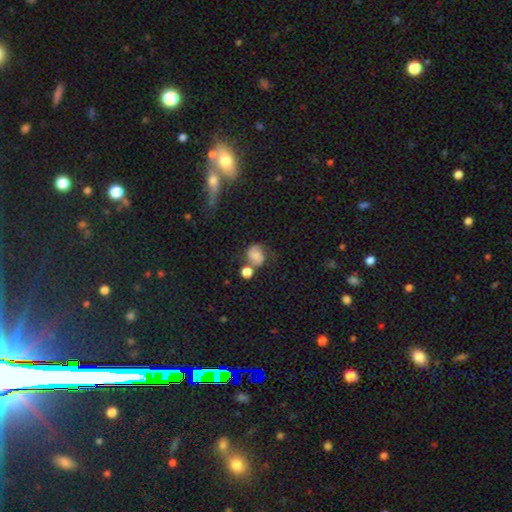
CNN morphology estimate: smooth 60%, featured or disk 28%, star or artifact 12%. Down the decision tree: how rounded — round (57%); merging — none (43%).